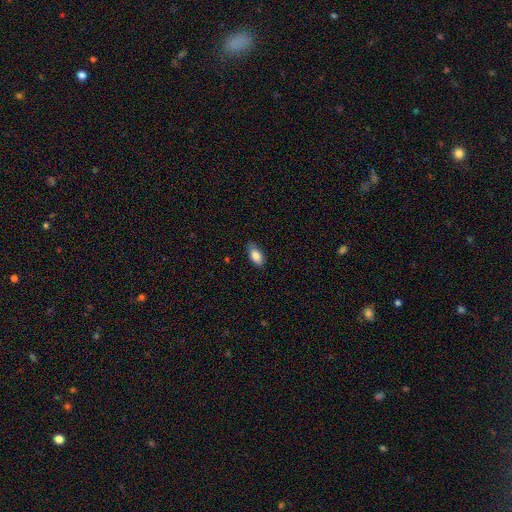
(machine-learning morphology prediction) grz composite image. It shows a smooth galaxy with no disk features (86%) that is in between round and cigar-shaped (90%). Merging: none (78%).